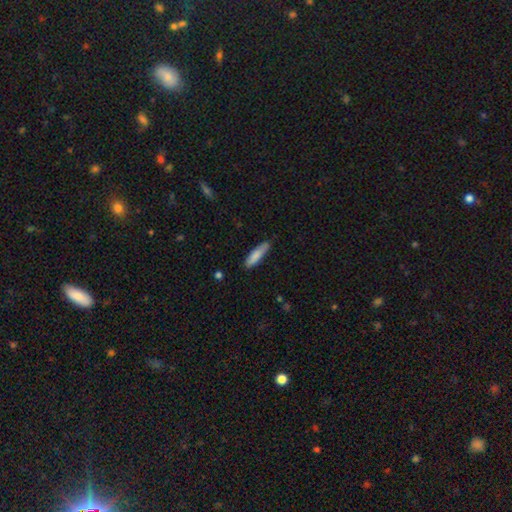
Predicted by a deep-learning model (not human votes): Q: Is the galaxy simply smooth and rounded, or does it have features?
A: smooth — 82%.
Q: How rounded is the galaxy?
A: cigar-shaped — 75%.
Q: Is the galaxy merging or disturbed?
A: none — 77%.